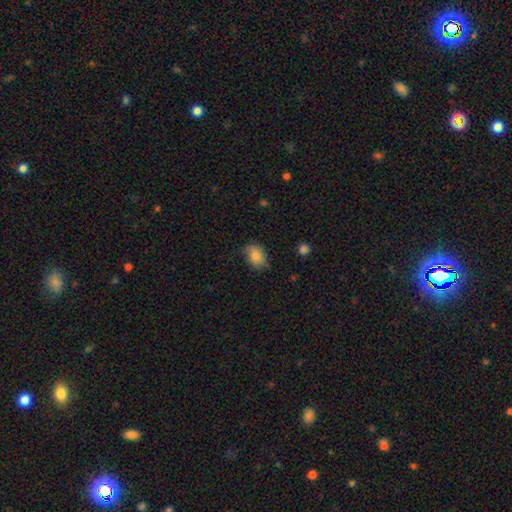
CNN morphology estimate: This appears to be a smooth galaxy with no disk features (80%) that is in between round and cigar-shaped (76%). Merging: none (65%).